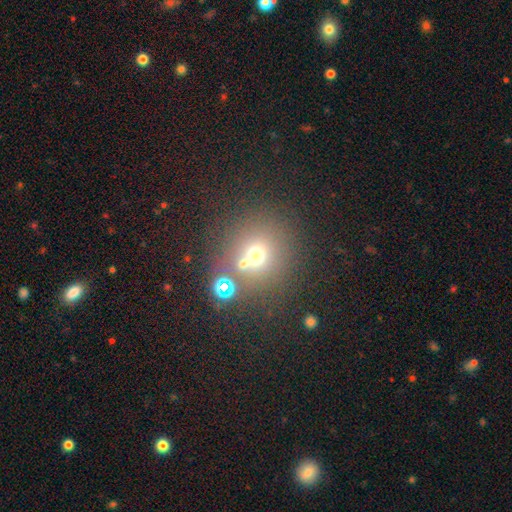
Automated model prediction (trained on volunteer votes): Morphology: type=smooth (64%); roundness=round (88%); merging=none (61%).